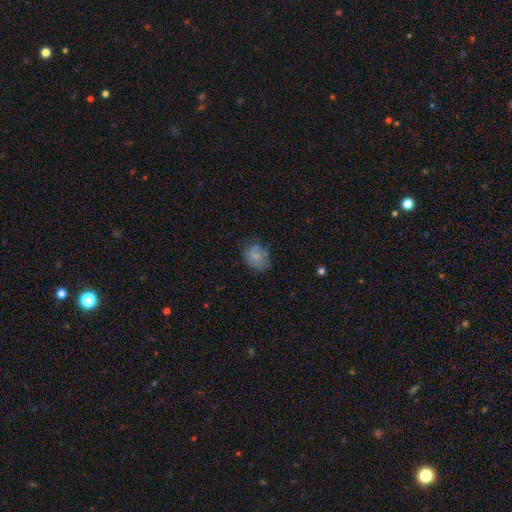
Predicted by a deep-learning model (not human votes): A smooth galaxy with no disk features (73%) that is in between round and cigar-shaped (52%).

Vote fractions:
- Smooth or featured? smooth: 73% / featured or disk: 19% / star or artifact: 8%
- How rounded? in between: 52% / round: 47% / cigar-shaped: 1%
- Merging? none: 59% / minor disturbance: 29% / major disturbance: 10% / merger: 2%